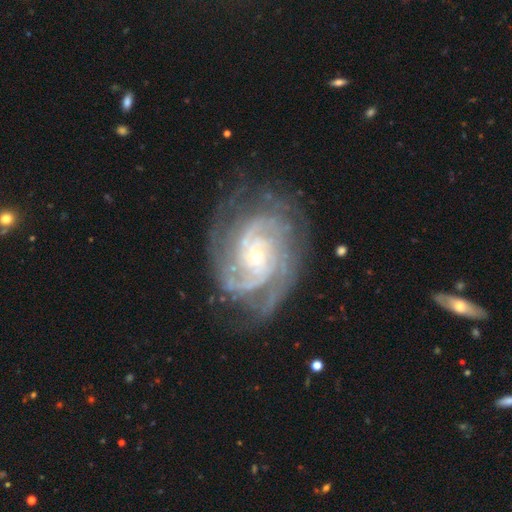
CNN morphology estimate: A featured or disk galaxy (90%) with no bar (70%), 2 (26%) tight (63%) spiral arms (98%) and a small central bulge (82%).

Vote fractions:
- Smooth or featured? featured or disk: 90% / star or artifact: 6% / smooth: 4%
- Edge-on disk? no: 98% / yes: 2%
- Bar? no: 70% / weak: 23% / strong: 7%
- Spiral arms? yes: 98% / no: 2%
- Spiral winding? tight: 63% / medium: 32% / loose: 6%
- Spiral arm count? 2: 26% / 3: 22% / can't tell: 19% / 4: 16% / more than 4: 9% / 1: 7%
- Bulge size? small: 82% / moderate: 13% / none: 2% / large: 2% / dominant: 1%
- Merging? none: 71% / minor disturbance: 18% / major disturbance: 10% / merger: 2%